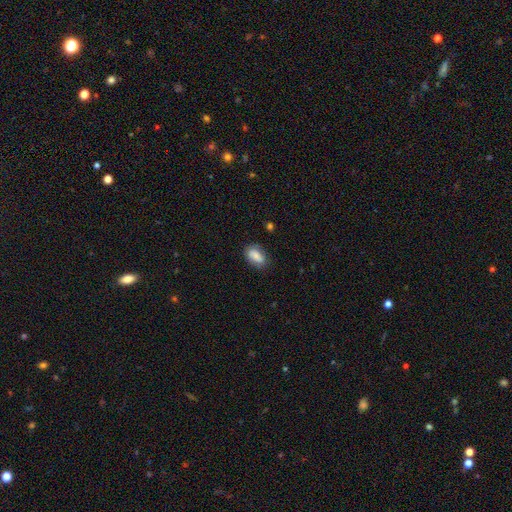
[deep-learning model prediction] Smooth or featured: smooth — 80% (featured or disk — 13%)
How rounded: in between — 89% (round — 7%)
Merging: none — 74% (minor disturbance — 20%)